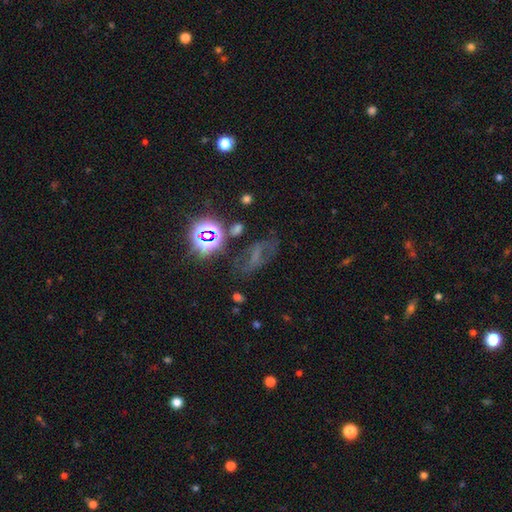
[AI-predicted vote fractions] Smooth or featured? Predicted: star or artifact (p=0.39).